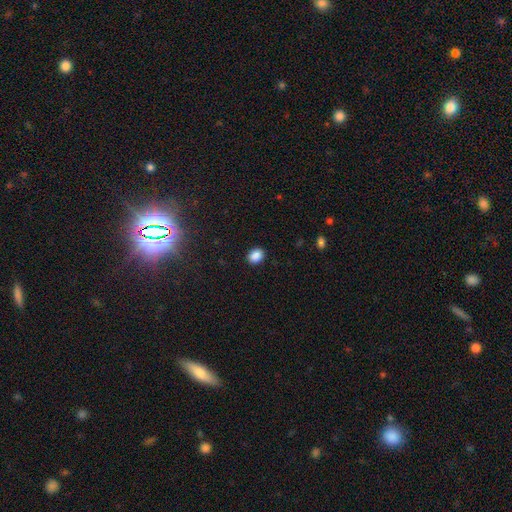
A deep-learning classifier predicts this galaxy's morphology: This is clearly a smooth galaxy (88%). How rounded: possibly in between (55%). Merging: clearly none (89%).